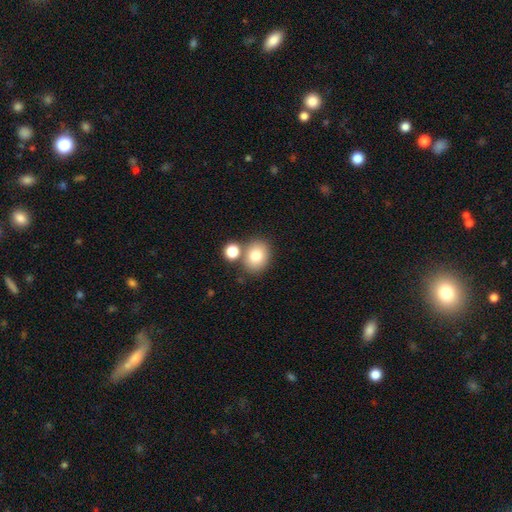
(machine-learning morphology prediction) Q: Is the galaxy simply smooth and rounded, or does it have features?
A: smooth — 79%.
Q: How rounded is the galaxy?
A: round — 59%.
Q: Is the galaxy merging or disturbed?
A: none — 66%.